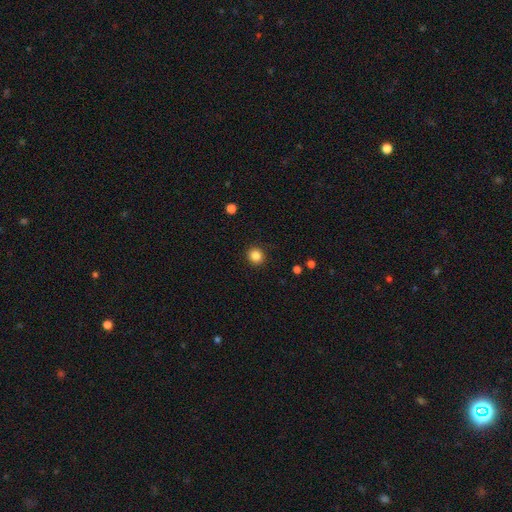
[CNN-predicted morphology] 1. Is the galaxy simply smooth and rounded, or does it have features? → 86% smooth, 11% star or artifact, 4% featured or disk.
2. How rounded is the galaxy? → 88% round, 12% in between, 1% cigar-shaped.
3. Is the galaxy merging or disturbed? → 91% none, 6% minor disturbance, 2% major disturbance, 1% merger.